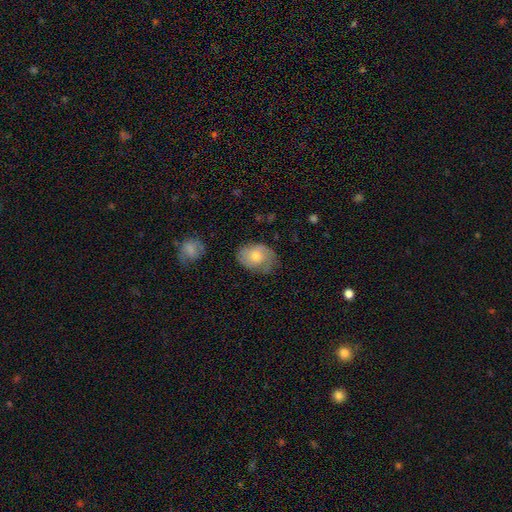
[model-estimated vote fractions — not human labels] Smooth or featured? smooth (55%)
How rounded? in between (67%)
Merging? none (65%)